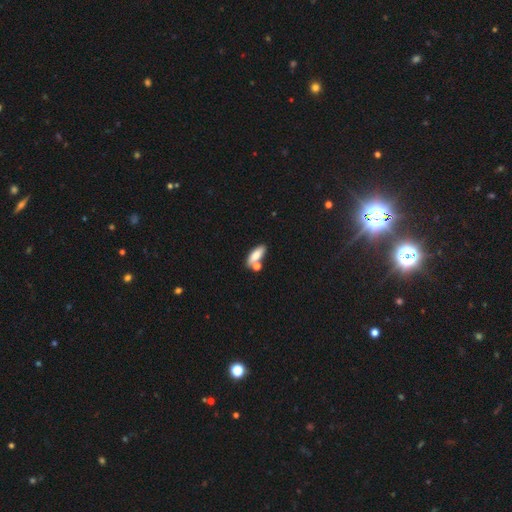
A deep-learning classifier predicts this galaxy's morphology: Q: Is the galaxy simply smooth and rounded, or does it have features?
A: smooth — 78%.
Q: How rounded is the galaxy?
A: in between — 70%.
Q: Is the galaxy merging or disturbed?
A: none — 58%.